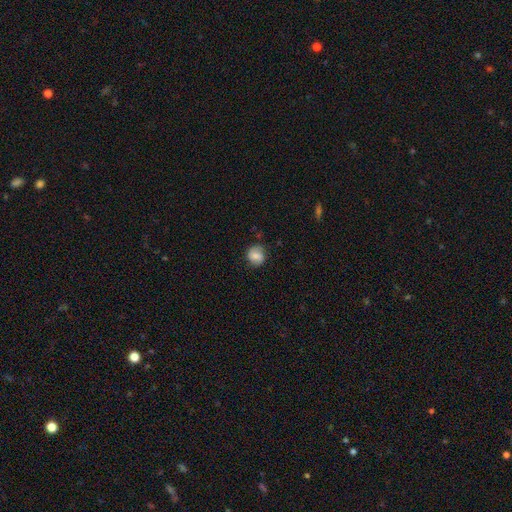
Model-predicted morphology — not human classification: Smooth or featured?
  - smooth: 71% *
  - featured or disk: 20%
  - star or artifact: 9%
How rounded?
  - round: 82% *
  - in between: 17%
  - cigar-shaped: 1%
Merging?
  - none: 75% *
  - minor disturbance: 19%
  - major disturbance: 5%
  - merger: 1%